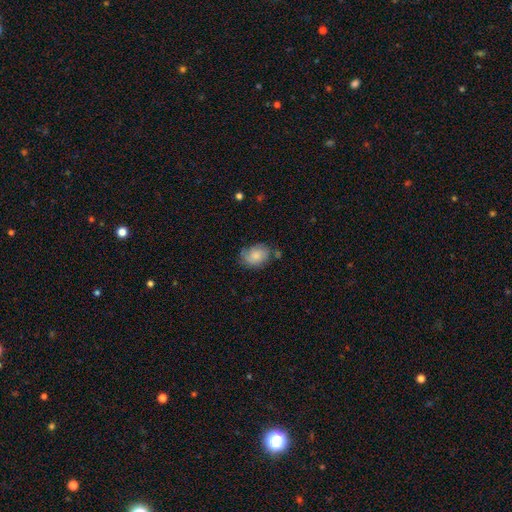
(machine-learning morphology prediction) Smooth or featured: smooth — 79% (featured or disk — 14%)
How rounded: in between — 71% (round — 27%)
Merging: none — 63% (minor disturbance — 25%)